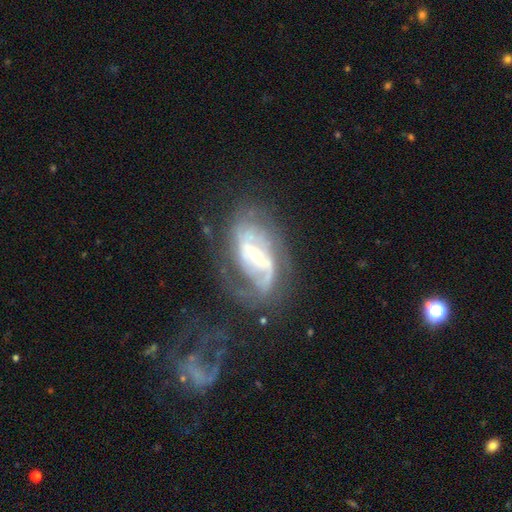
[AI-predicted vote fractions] Q: Smooth or featured?
A: featured or disk (85%); runner-up: smooth (9%)
Q: Edge-on disk?
A: no (95%); runner-up: yes (5%)
Q: Bar?
A: strong (45%); runner-up: weak (39%)
Q: Spiral arms?
A: yes (91%); runner-up: no (9%)
Q: Spiral winding?
A: medium (42%); runner-up: tight (35%)
Q: Spiral arm count?
A: 2 (48%); runner-up: can't tell (27%)
Q: Bulge size?
A: small (54%); runner-up: moderate (36%)
Q: Merging?
A: none (50%); runner-up: major disturbance (26%)